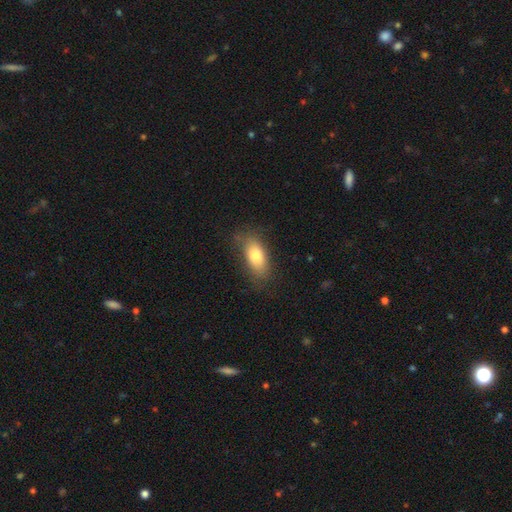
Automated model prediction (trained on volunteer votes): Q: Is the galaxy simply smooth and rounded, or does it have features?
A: smooth — 77%.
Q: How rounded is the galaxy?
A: in between — 86%.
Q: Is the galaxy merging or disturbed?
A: none — 76%.